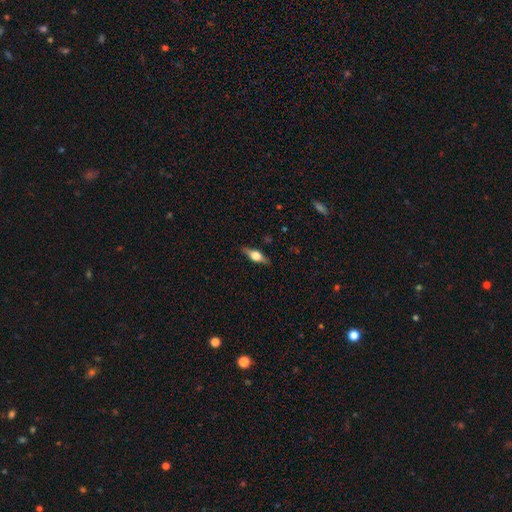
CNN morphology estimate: Smooth or featured? Predicted: featured or disk (p=0.60). Edge-on disk? Predicted: yes (p=0.95). Edge-on bulge? Predicted: rounded (p=0.92). Merging? Predicted: none (p=0.86).